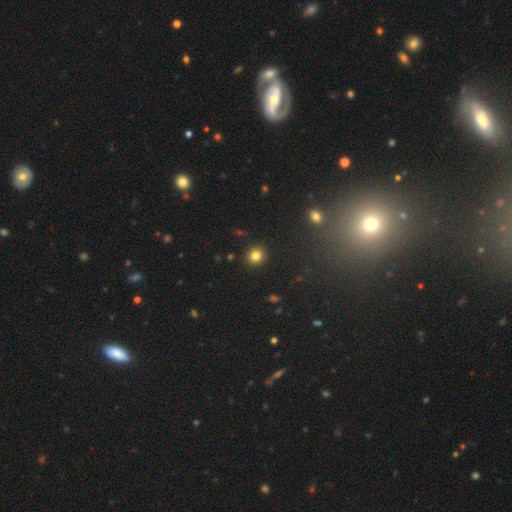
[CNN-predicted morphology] smooth 82%, star or artifact 12%, featured or disk 6%. Down the decision tree: how rounded — round (85%); merging — none (91%).